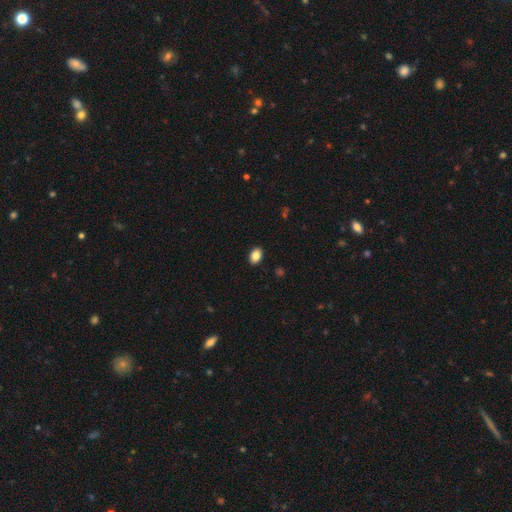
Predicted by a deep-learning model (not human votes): A smooth galaxy with no disk features (86%) that is in between round and cigar-shaped (80%). Merging: none (90%).